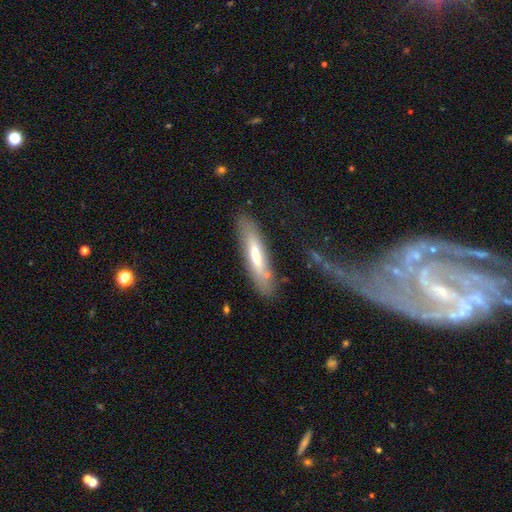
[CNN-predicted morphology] smooth 55%, featured or disk 38%, star or artifact 7%. Down the decision tree: how rounded — cigar-shaped (84%); merging — none (72%).